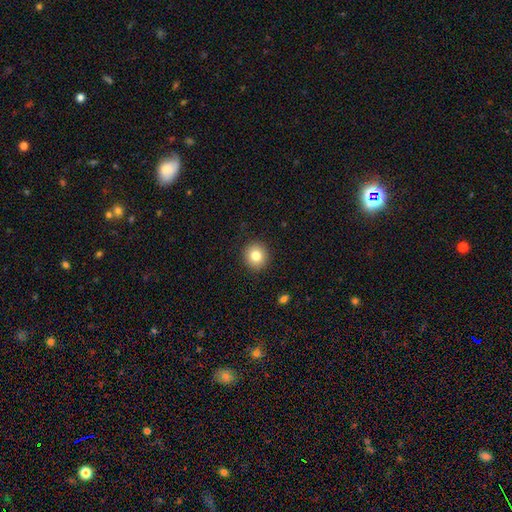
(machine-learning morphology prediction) smooth-or-featured: smooth: 82% | star or artifact: 10% | featured or disk: 8%
  how-rounded: round: 90% | in between: 9% | cigar-shaped: 1%
  merging: none: 91% | minor disturbance: 6% | major disturbance: 2% | merger: 1%